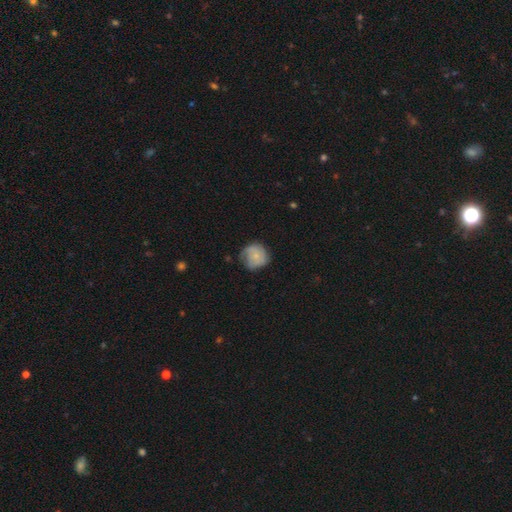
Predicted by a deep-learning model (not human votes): Smooth or featured? Predicted: smooth (p=0.58). How rounded? Predicted: round (p=0.85). Merging? Predicted: none (p=0.58).